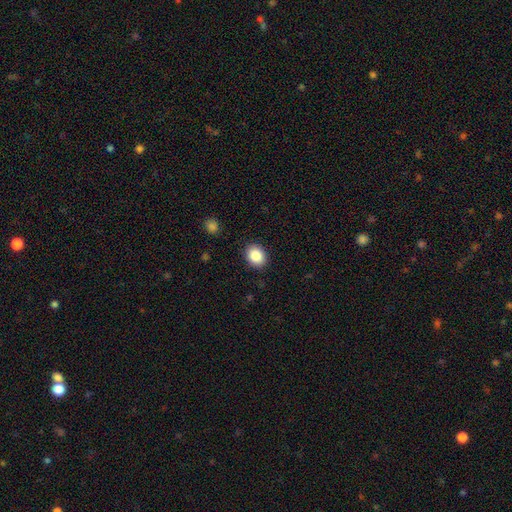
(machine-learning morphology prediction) Q: Smooth or featured?
A: smooth (87%); runner-up: star or artifact (8%)
Q: How rounded?
A: in between (55%); runner-up: round (44%)
Q: Merging?
A: none (89%); runner-up: minor disturbance (8%)